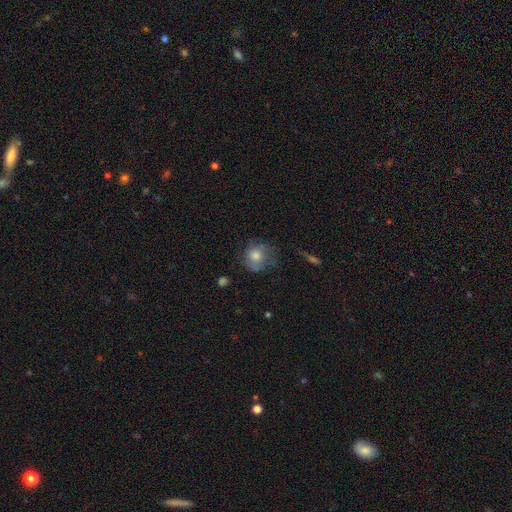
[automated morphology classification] smooth 61%, featured or disk 28%, star or artifact 11%. Down the decision tree: how rounded — round (79%); merging — none (56%).